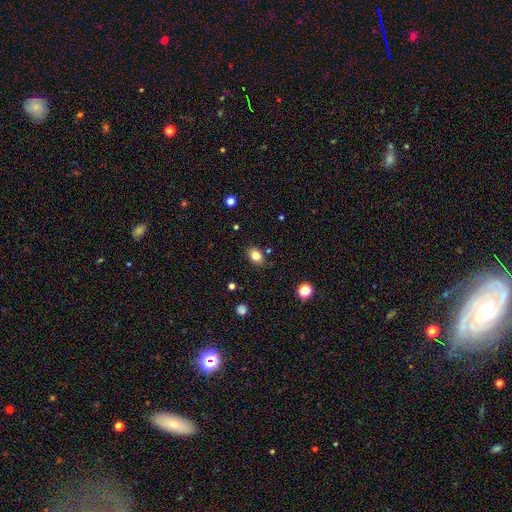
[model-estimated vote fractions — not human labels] A smooth galaxy with no disk features (81%) that is in between round and cigar-shaped (66%). Merging: none (83%).